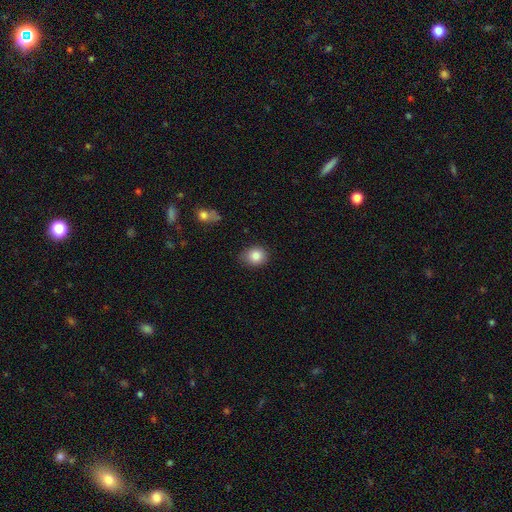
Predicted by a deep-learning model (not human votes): A smooth galaxy with no disk features (84%) that is round (68%).

Vote fractions:
- Smooth or featured? smooth: 84% / star or artifact: 9% / featured or disk: 6%
- How rounded? round: 68% / in between: 31% / cigar-shaped: 1%
- Merging? none: 80% / minor disturbance: 16% / major disturbance: 3% / merger: 2%